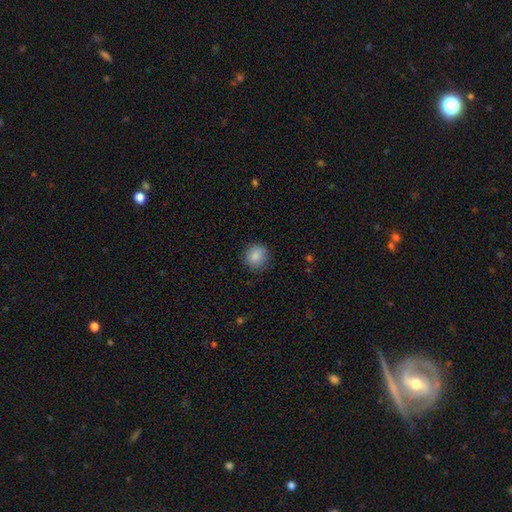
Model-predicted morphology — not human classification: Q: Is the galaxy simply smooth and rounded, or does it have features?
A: smooth — 87%.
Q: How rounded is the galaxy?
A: round — 88%.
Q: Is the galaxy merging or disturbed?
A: none — 86%.